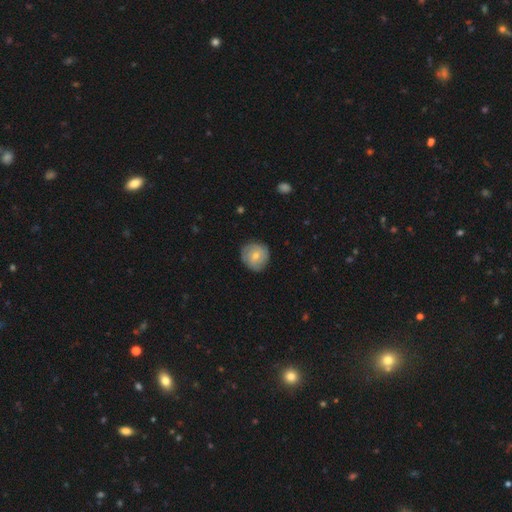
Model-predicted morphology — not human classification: type=smooth (51%); roundness=round (90%); merging=none (82%).